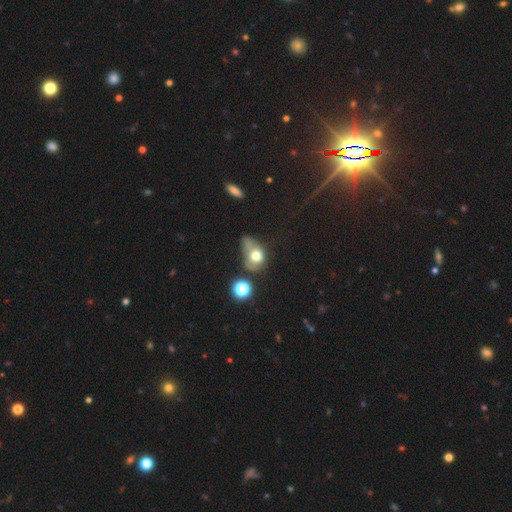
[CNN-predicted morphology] A smooth galaxy with no disk features (64%) that is in between round and cigar-shaped (58%).

Vote fractions:
- Smooth or featured? smooth: 64% / featured or disk: 22% / star or artifact: 14%
- How rounded? in between: 58% / round: 40% / cigar-shaped: 2%
- Merging? major disturbance: 35% / minor disturbance: 25% / none: 20% / merger: 20%